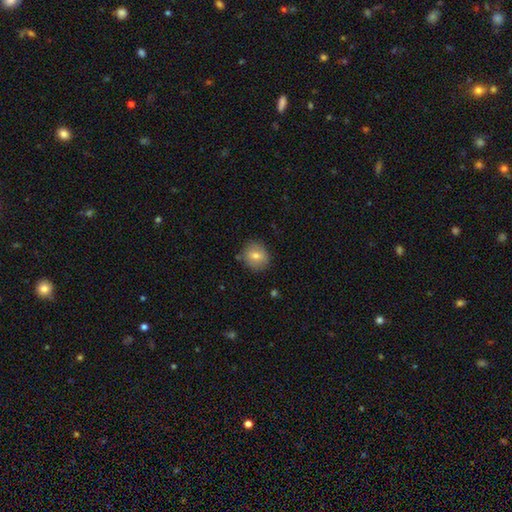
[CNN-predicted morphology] The model was most divided on "smooth or featured": smooth: 74%, featured or disk: 17%, star or artifact: 10%. More confident: merging — none (83%); how rounded — round (79%).